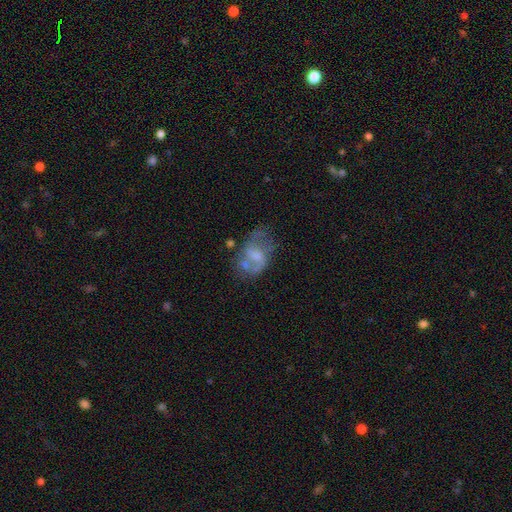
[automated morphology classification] Q: Smooth or featured?
A: featured or disk (64%); runner-up: smooth (26%)
Q: Edge-on disk?
A: no (97%); runner-up: yes (3%)
Q: Bar?
A: no (52%); runner-up: weak (39%)
Q: Spiral arms?
A: yes (60%); runner-up: no (40%)
Q: Bulge size?
A: moderate (36%); runner-up: small (32%)
Q: Merging?
A: none (41%); runner-up: major disturbance (23%)